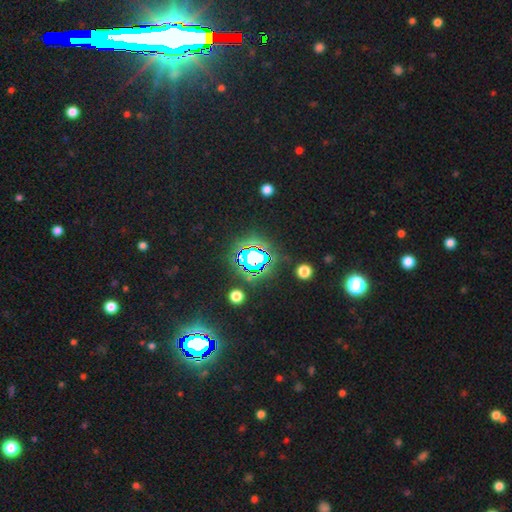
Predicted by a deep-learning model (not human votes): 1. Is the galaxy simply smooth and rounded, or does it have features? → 70% star or artifact, 19% smooth, 11% featured or disk.